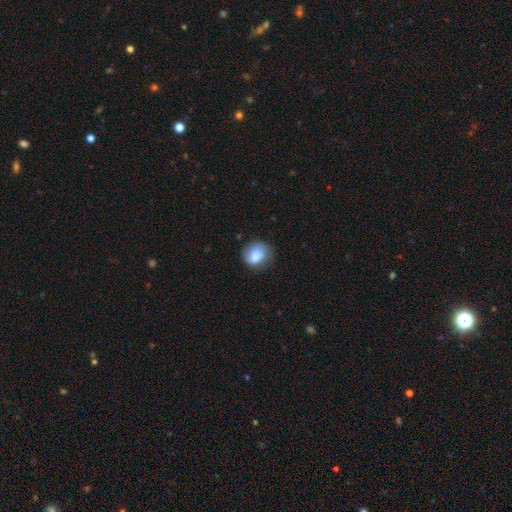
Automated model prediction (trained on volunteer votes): Overall: smooth (76%). How rounded: round (70%). Merging: none (65%).